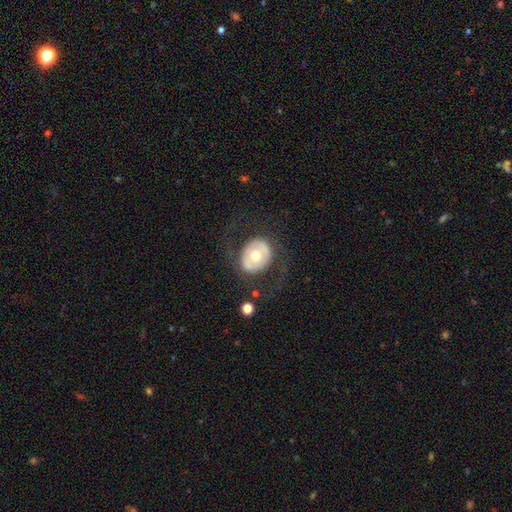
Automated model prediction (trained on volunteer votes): Smooth or featured: featured or disk — 53% (smooth — 42%)
Edge-on disk: no — 95% (yes — 5%)
Merging: none — 70% (major disturbance — 15%)